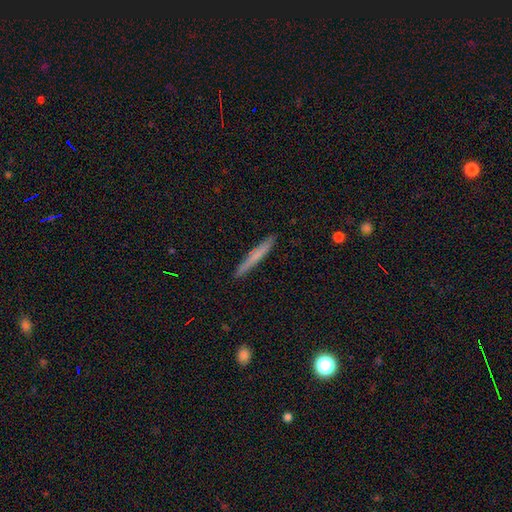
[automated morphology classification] type=smooth (63%); roundness=cigar-shaped (96%); merging=none (90%).